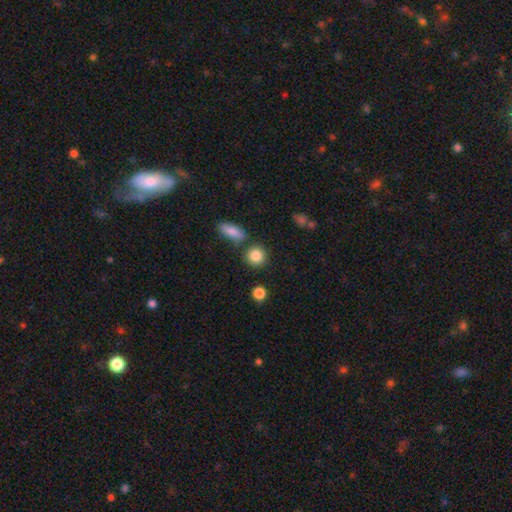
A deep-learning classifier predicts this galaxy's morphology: Q: Smooth or featured?
A: smooth (85%); runner-up: star or artifact (9%)
Q: How rounded?
A: round (86%); runner-up: in between (13%)
Q: Merging?
A: none (78%); runner-up: merger (10%)